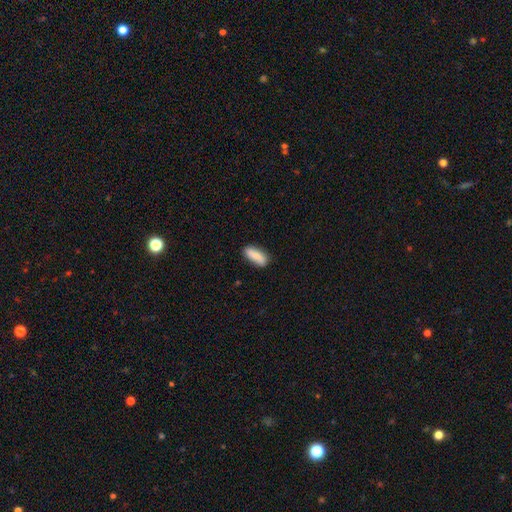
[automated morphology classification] smooth_or_featured: smooth (p=0.79) [alt: featured or disk p=0.14]
how_rounded: in between (p=0.75) [alt: cigar-shaped p=0.22]
merging: none (p=0.83) [alt: minor disturbance p=0.13]